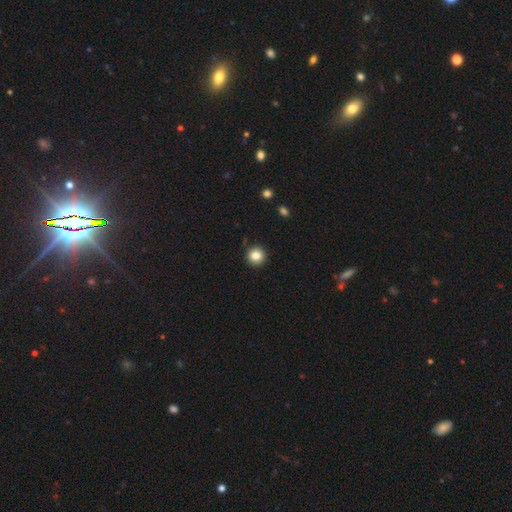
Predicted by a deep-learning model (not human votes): This appears to be a smooth galaxy with no disk features (84%) that is round (93%). Merging: none (91%).